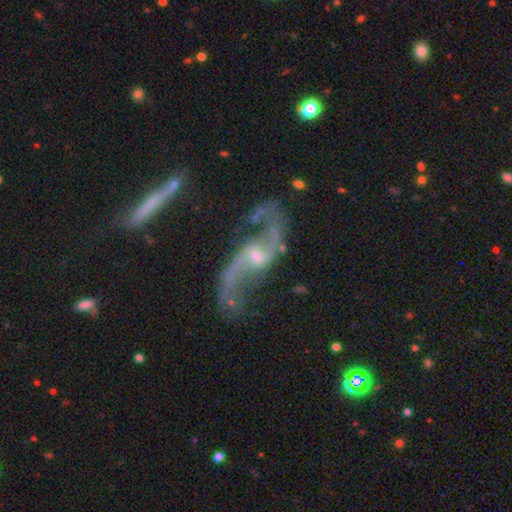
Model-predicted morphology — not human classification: A featured or disk galaxy (87%) with no bar (48%), 2 (89%) loose (75%) spiral arms (94%) and a small central bulge (56%).

Vote fractions:
- Smooth or featured? featured or disk: 87% / star or artifact: 8% / smooth: 5%
- Edge-on disk? no: 91% / yes: 9%
- Bar? no: 48% / weak: 38% / strong: 14%
- Spiral arms? yes: 94% / no: 6%
- Spiral winding? loose: 75% / medium: 20% / tight: 5%
- Spiral arm count? 2: 89% / can't tell: 4% / 1: 3% / 3: 2% / 4: 1% / more than 4: 1%
- Bulge size? small: 56% / moderate: 34% / none: 6% / large: 2% / dominant: 1%
- Merging? none: 59% / minor disturbance: 18% / major disturbance: 16% / merger: 7%